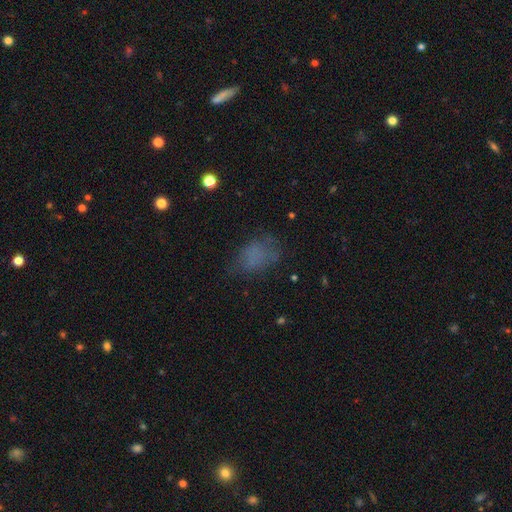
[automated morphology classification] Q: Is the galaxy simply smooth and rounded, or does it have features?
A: smooth — 65%.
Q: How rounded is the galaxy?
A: in between — 76%.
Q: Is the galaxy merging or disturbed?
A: none — 55%.